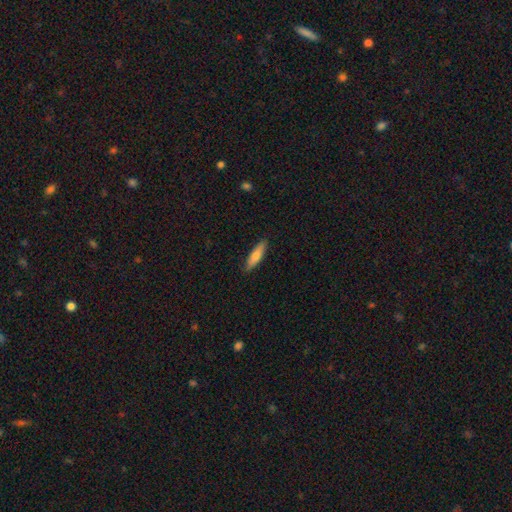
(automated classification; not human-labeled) Q: Smooth or featured?
A: smooth (74%); runner-up: featured or disk (21%)
Q: How rounded?
A: cigar-shaped (71%); runner-up: in between (27%)
Q: Merging?
A: none (89%); runner-up: minor disturbance (9%)